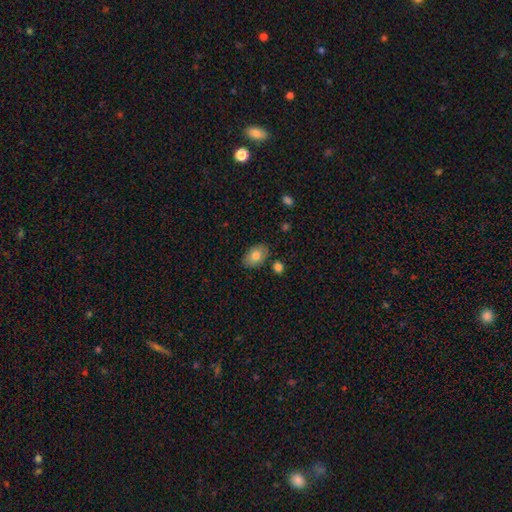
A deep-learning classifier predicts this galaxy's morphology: This is clearly a smooth galaxy (80%). How rounded: clearly in between (88%). Merging: clearly none (82%).